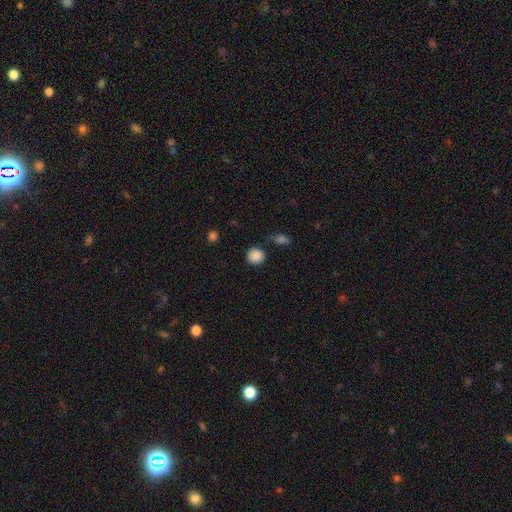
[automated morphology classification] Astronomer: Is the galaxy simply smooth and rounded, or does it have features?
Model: smooth — 87%.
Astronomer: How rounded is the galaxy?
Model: round — 91%.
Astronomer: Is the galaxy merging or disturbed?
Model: none — 82%.